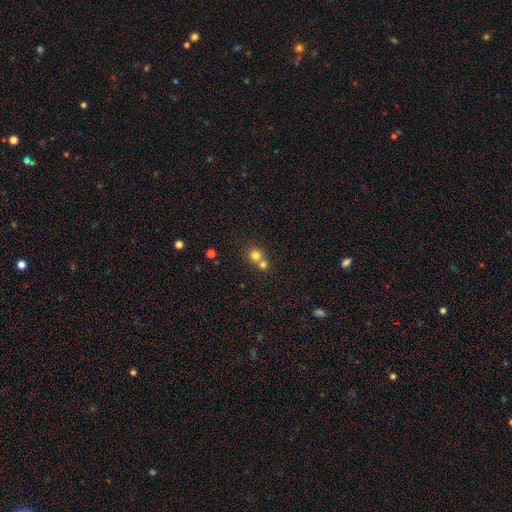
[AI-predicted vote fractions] smooth 78%, star or artifact 12%, featured or disk 10%. Down the decision tree: how rounded — round (87%); merging — merger (54%).